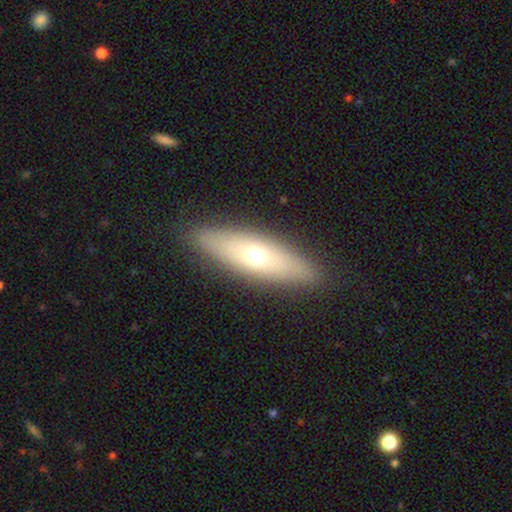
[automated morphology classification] Smooth or featured? Predicted: smooth (p=0.52). How rounded? Predicted: cigar-shaped (p=0.58). Merging? Predicted: none (p=0.88).